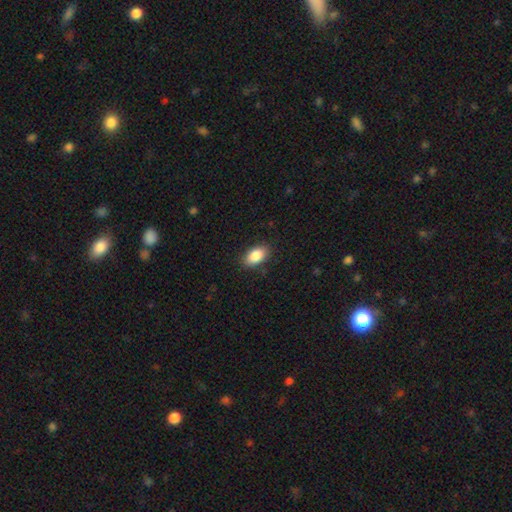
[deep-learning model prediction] This is clearly a smooth galaxy (87%). How rounded: clearly in between (92%). Merging: clearly none (87%).